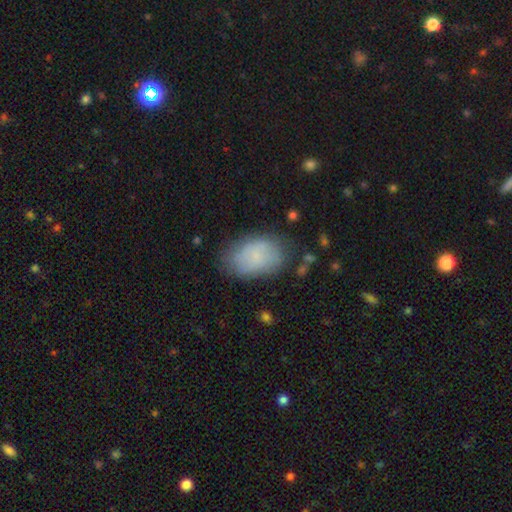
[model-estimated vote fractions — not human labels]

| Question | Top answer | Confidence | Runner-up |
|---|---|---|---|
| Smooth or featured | smooth | 68% | featured or disk (24%) |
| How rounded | in between | 88% | round (11%) |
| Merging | none | 67% | minor disturbance (23%) |